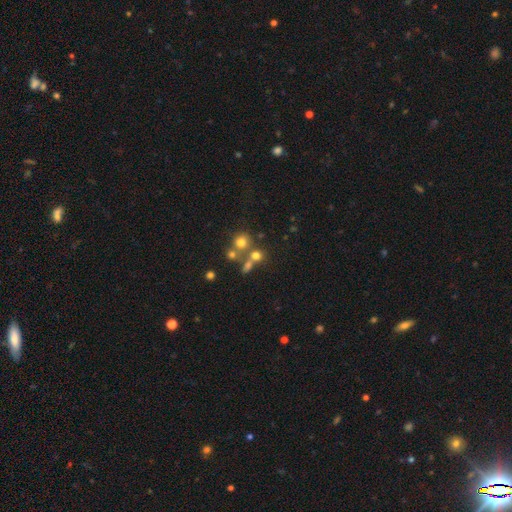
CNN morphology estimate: type=smooth (63%); roundness=round (83%); merging=none (53%).